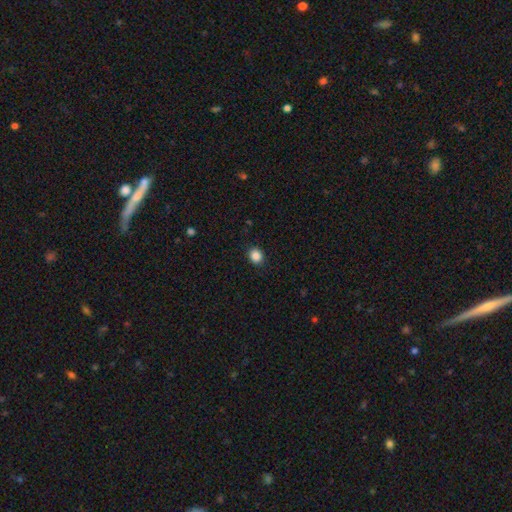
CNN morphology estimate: smooth-or-featured: smooth: 87% | star or artifact: 10% | featured or disk: 3%
  how-rounded: round: 68% | in between: 31% | cigar-shaped: 1%
  merging: none: 90% | minor disturbance: 7% | major disturbance: 2% | merger: 1%